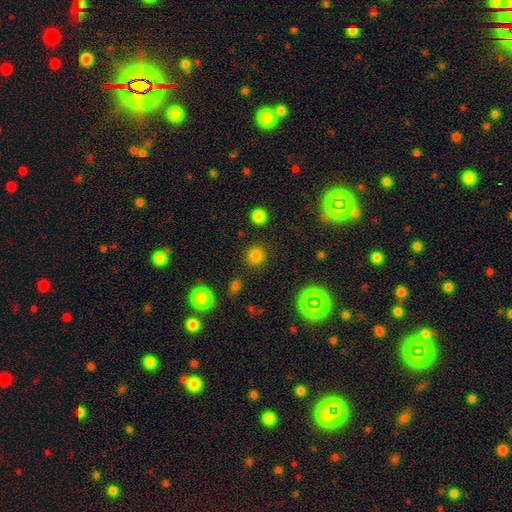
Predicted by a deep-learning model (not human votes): smooth 79%, star or artifact 17%, featured or disk 5%. Down the decision tree: how rounded — round (92%); merging — none (89%).